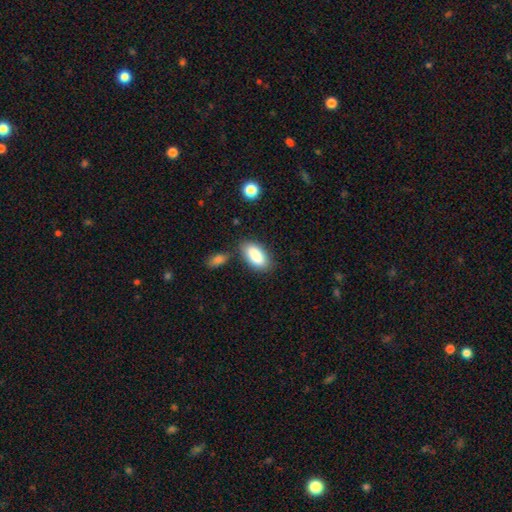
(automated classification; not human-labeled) Smooth or featured? smooth (86%)
How rounded? in between (89%)
Merging? none (75%)